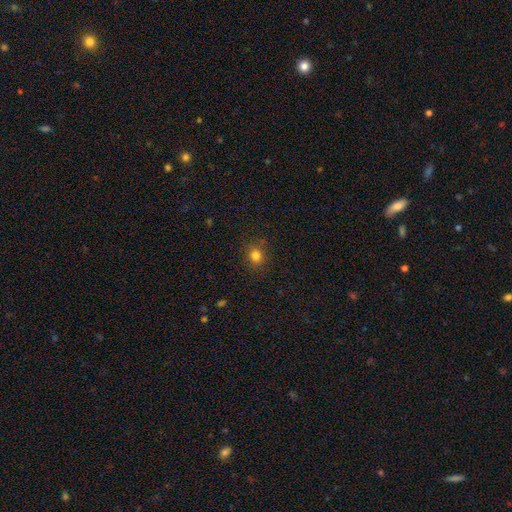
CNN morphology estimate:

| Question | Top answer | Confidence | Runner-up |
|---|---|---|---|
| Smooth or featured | smooth | 81% | star or artifact (13%) |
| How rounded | round | 78% | in between (21%) |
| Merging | none | 86% | minor disturbance (10%) |